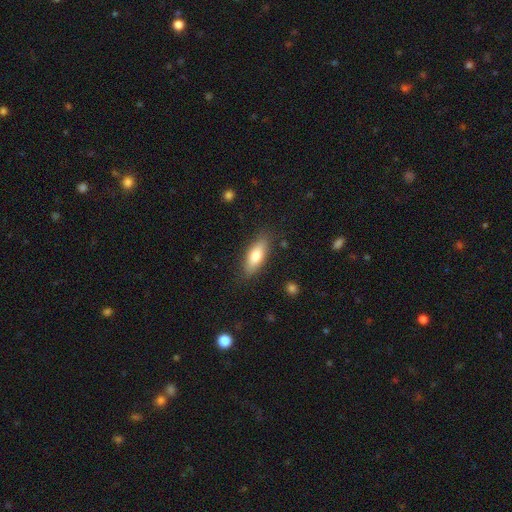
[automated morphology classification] A smooth galaxy with no disk features (75%) that is in between round and cigar-shaped (69%). Merging: none (84%).